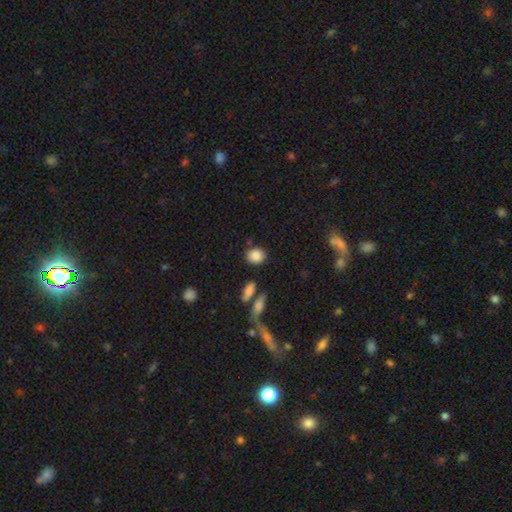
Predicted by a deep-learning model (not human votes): A smooth galaxy with no disk features (86%) that is round (67%). Merging: none (79%).